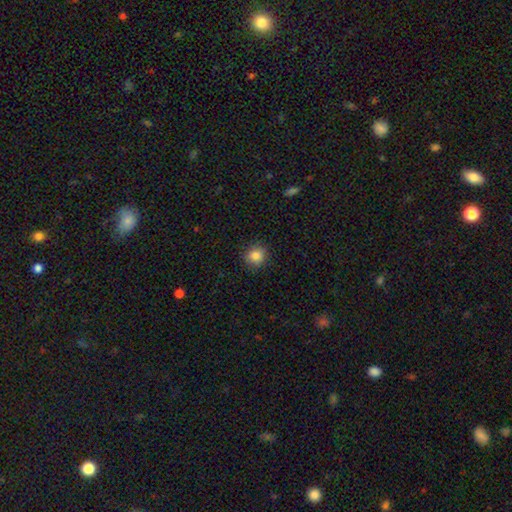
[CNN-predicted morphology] Smooth or featured: smooth — 84% (star or artifact — 11%)
How rounded: round — 86% (in between — 13%)
Merging: none — 89% (minor disturbance — 8%)